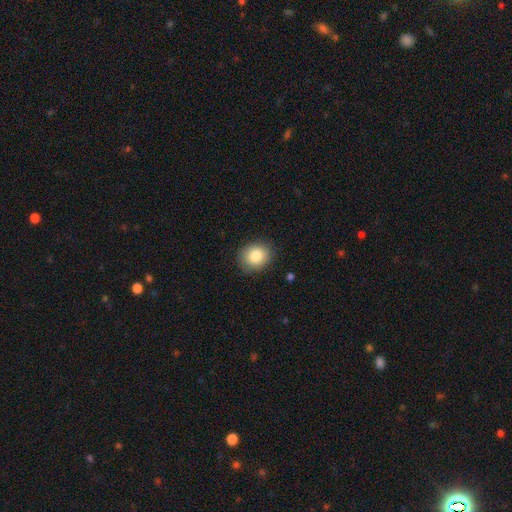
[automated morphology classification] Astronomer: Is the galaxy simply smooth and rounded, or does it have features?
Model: smooth — 84%.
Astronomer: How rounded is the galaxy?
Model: round — 62%.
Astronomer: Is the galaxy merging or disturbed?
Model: none — 86%.